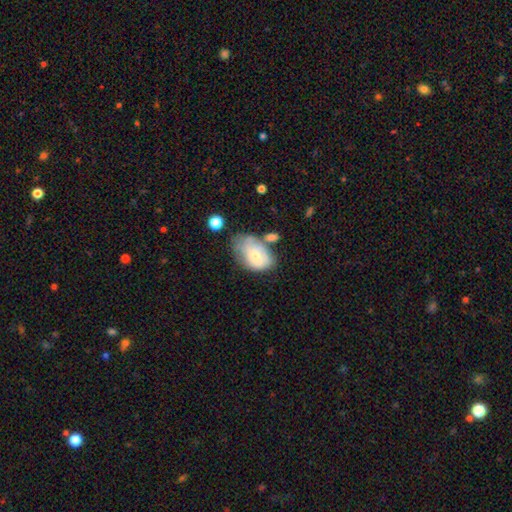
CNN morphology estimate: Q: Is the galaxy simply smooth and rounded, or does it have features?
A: smooth — 58%.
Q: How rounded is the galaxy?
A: in between — 86%.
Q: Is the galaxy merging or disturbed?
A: none — 35%.